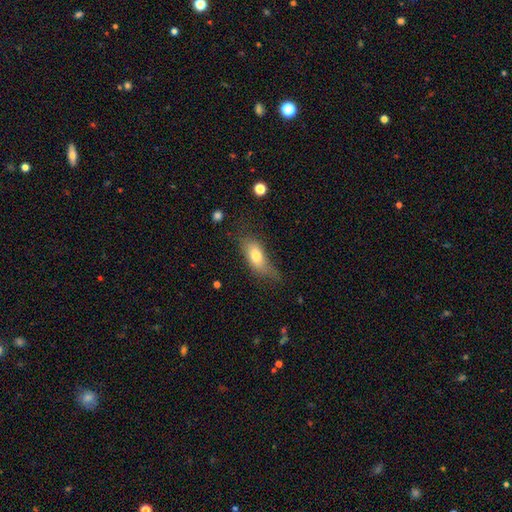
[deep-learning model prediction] Overall: smooth (73%). How rounded: in between (78%). Merging: none (47%; minor disturbance 32%).